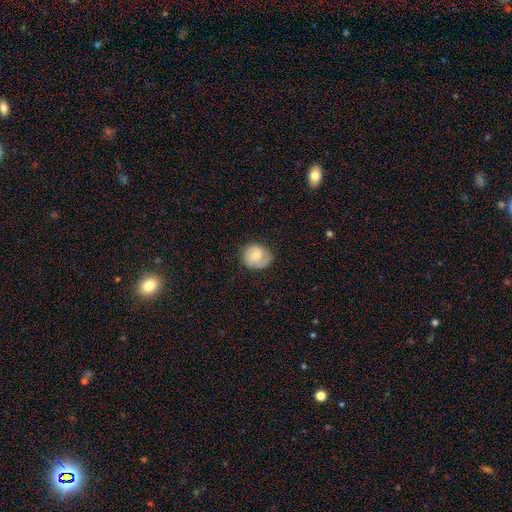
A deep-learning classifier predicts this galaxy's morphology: Smooth or featured? smooth (53%)
How rounded? round (75%)
Merging? none (70%)